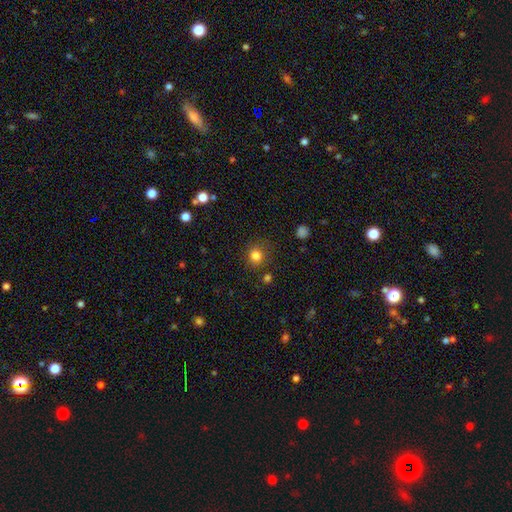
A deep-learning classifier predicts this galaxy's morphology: Overall: smooth (82%). How rounded: round (88%). Merging: none (82%).